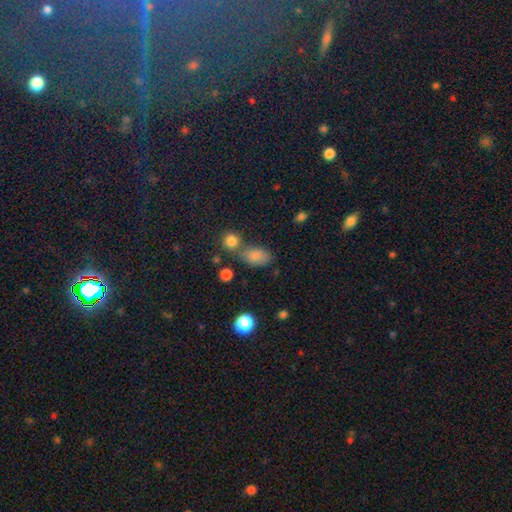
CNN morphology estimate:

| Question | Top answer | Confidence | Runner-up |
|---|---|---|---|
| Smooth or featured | smooth | 81% | star or artifact (12%) |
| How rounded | in between | 85% | round (13%) |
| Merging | none | 55% | merger (22%) |